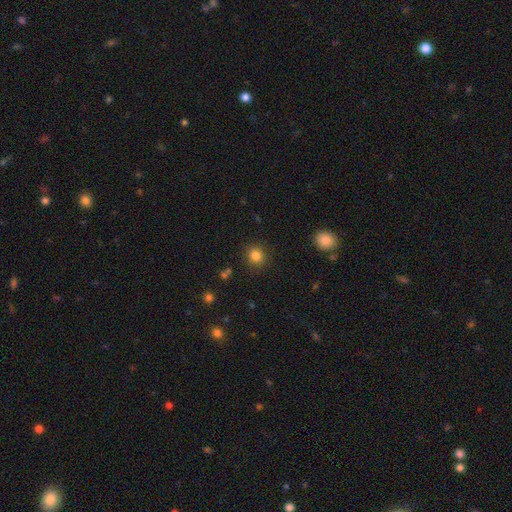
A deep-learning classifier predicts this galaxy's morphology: This appears to be a smooth galaxy with no disk features (83%) that is round (83%). Merging: none (88%).